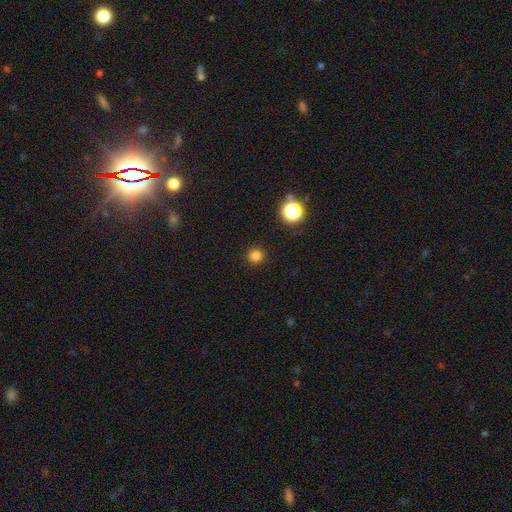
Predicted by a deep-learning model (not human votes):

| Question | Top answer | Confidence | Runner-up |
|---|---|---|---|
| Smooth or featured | smooth | 80% | star or artifact (16%) |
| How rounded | round | 95% | in between (4%) |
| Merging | none | 92% | minor disturbance (5%) |